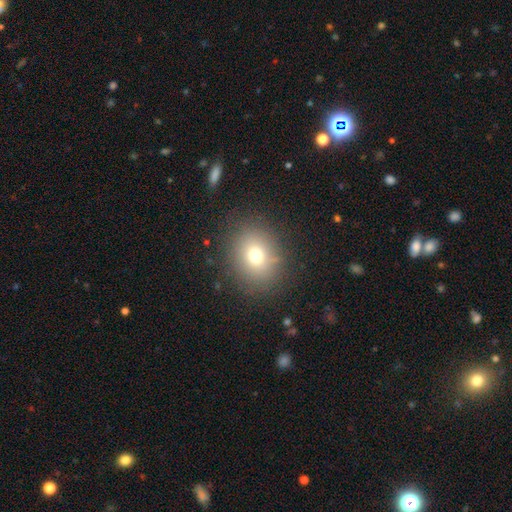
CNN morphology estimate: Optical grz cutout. It shows a smooth galaxy with no disk features (71%) that is round (70%). Merging: none (85%).